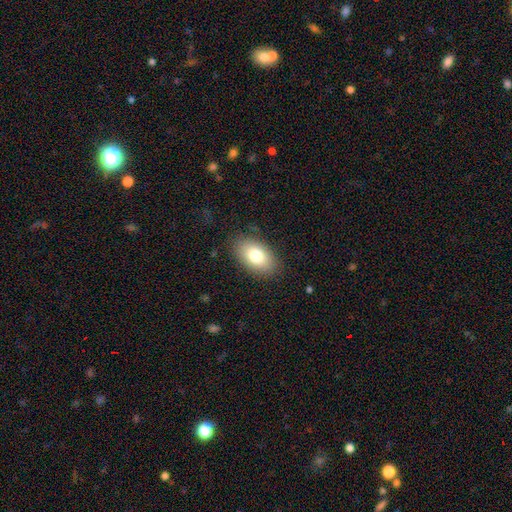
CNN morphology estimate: smooth_or_featured: smooth (p=0.79) [alt: featured or disk p=0.13]
how_rounded: in between (p=0.92) [alt: round p=0.06]
merging: none (p=0.85) [alt: minor disturbance p=0.11]